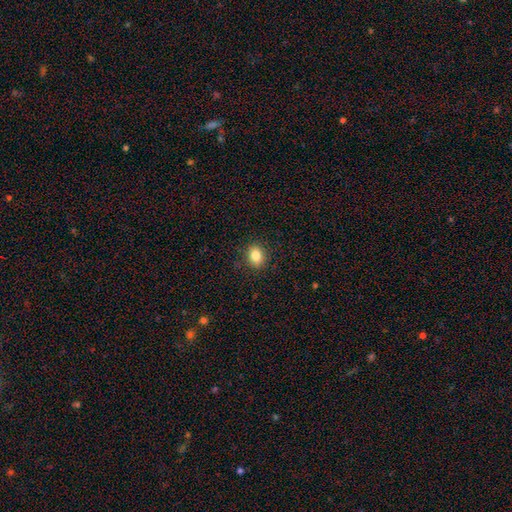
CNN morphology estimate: smooth_or_featured: smooth (p=0.84) [alt: star or artifact p=0.10]
how_rounded: in between (p=0.56) [alt: round p=0.43]
merging: none (p=0.88) [alt: minor disturbance p=0.08]